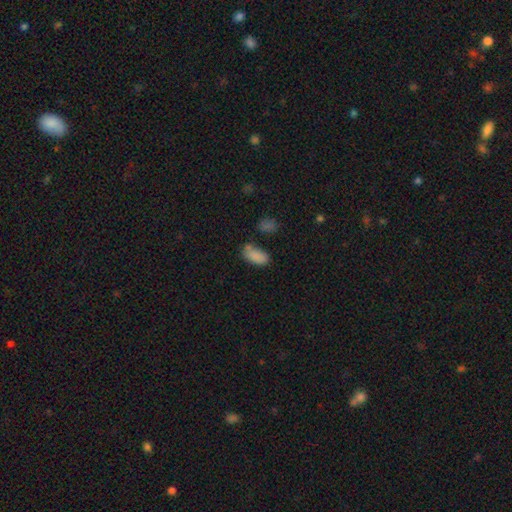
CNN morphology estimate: The model was most divided on "merging": none: 58%, minor disturbance: 21%, merger: 14%, major disturbance: 7%. More confident: how rounded — in between (92%); smooth or featured — smooth (84%).